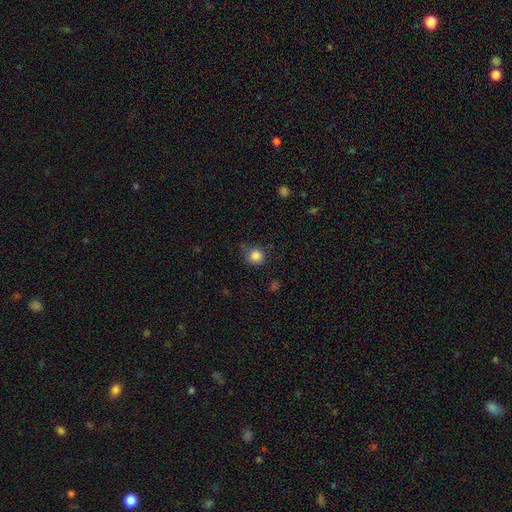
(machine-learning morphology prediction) Overall: smooth (85%). How rounded: round (87%). Merging: none (71%).